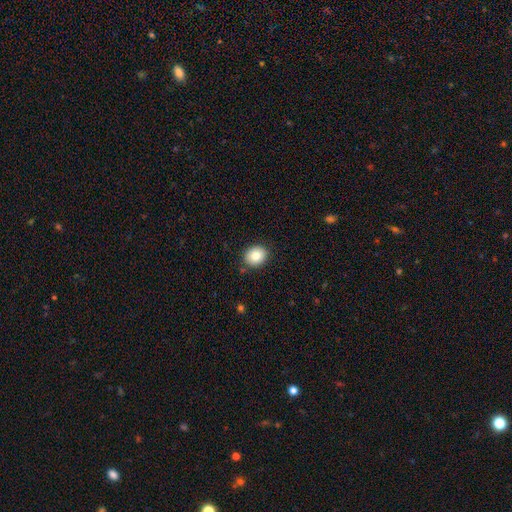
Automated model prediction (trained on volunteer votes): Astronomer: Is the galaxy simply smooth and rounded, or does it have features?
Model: smooth — 84%.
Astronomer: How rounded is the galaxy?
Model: round — 56% (runner-up: in between, 43%).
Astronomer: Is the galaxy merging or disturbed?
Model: none — 87%.